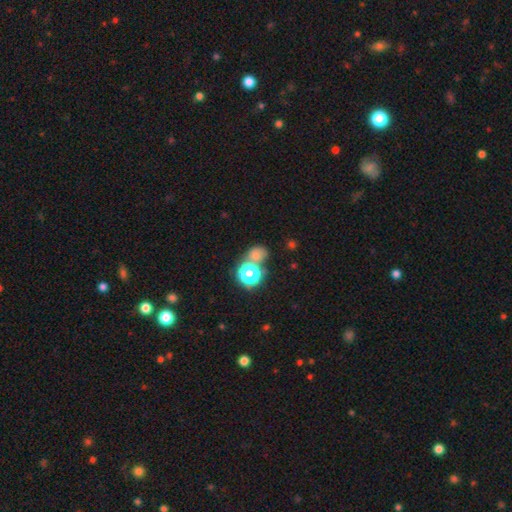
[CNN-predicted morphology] Overall: smooth (66%). How rounded: round (68%; in between 30%). Merging: none (45%; merger 40%).